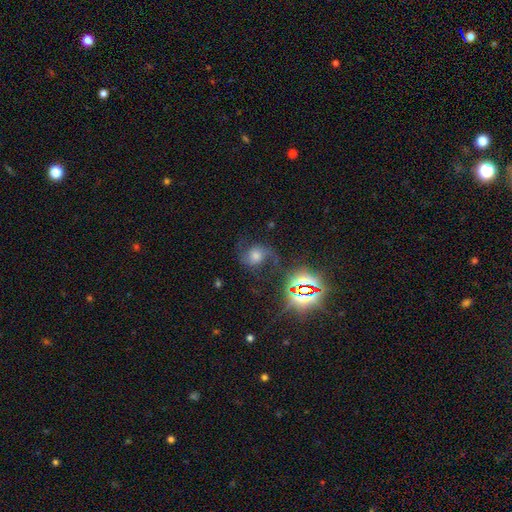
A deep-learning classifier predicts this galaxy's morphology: A featured or disk galaxy (62%) with no bar (67%), 2 (89%) loose (45%) spiral arms (93%) and a moderate central bulge (52%).

Vote fractions:
- Smooth or featured? featured or disk: 62% / star or artifact: 23% / smooth: 15%
- Edge-on disk? no: 96% / yes: 4%
- Bar? no: 67% / weak: 25% / strong: 7%
- Spiral arms? yes: 93% / no: 7%
- Spiral winding? loose: 45% / medium: 43% / tight: 11%
- Spiral arm count? 2: 89% / can't tell: 4% / 1: 4% / 3: 1% / 4: 1% / more than 4: 1%
- Bulge size? moderate: 52% / large: 21% / small: 17% / none: 5% / dominant: 4%
- Merging? none: 67% / minor disturbance: 17% / major disturbance: 13% / merger: 2%